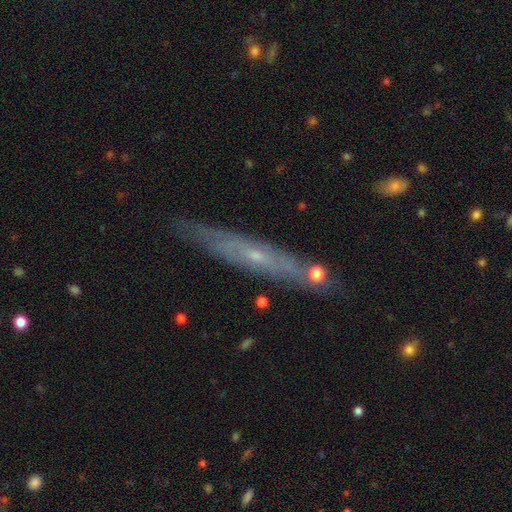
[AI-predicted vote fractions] featured or disk 68%, smooth 25%, star or artifact 7%. Down the decision tree: edge-on disk — yes (76%); edge-on bulge — rounded (52%); merging — none (78%).